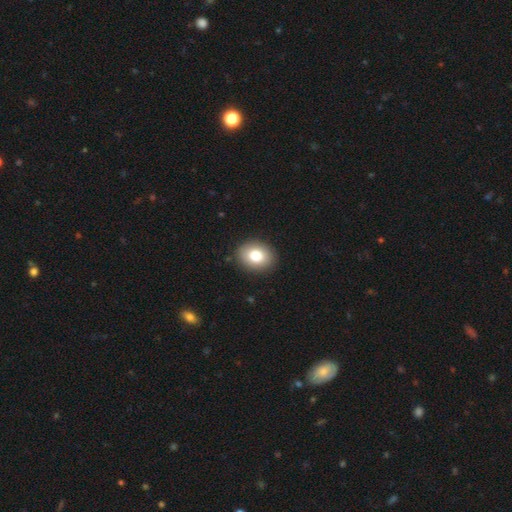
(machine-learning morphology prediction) Smooth or featured? Predicted: smooth (p=0.80). How rounded? Predicted: in between (p=0.50). Merging? Predicted: none (p=0.90).